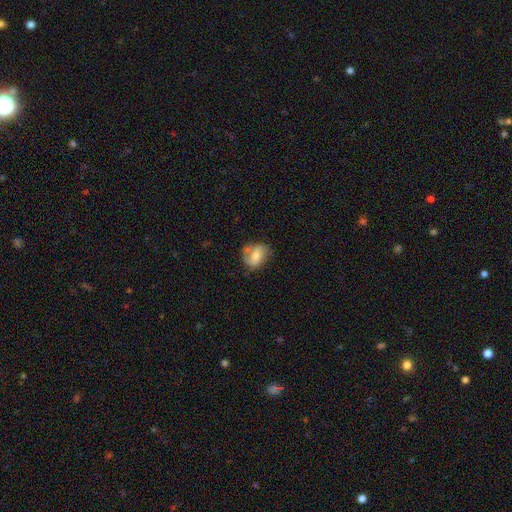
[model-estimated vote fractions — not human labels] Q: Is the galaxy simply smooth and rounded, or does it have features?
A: smooth — 52%.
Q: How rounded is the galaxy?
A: in between — 61%.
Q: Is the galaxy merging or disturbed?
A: none — 53%.